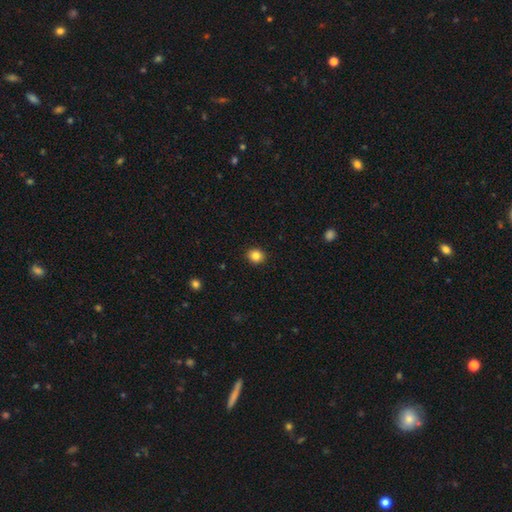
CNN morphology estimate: Q: Smooth or featured?
A: smooth (84%); runner-up: star or artifact (10%)
Q: How rounded?
A: round (79%); runner-up: in between (20%)
Q: Merging?
A: none (92%); runner-up: minor disturbance (6%)